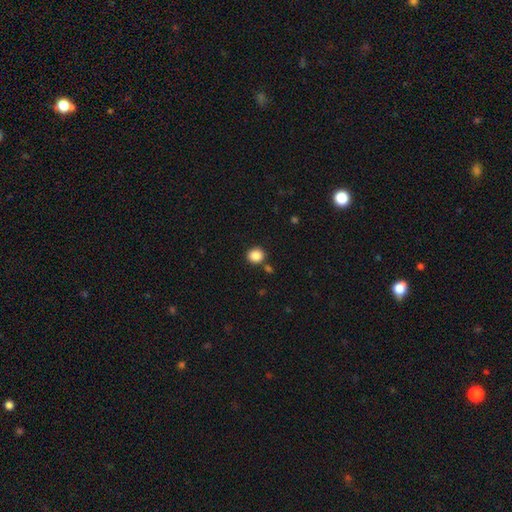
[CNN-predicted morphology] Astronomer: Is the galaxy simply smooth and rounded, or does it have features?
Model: smooth — 87%.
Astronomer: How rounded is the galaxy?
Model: round — 87%.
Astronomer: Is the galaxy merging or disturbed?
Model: none — 83%.